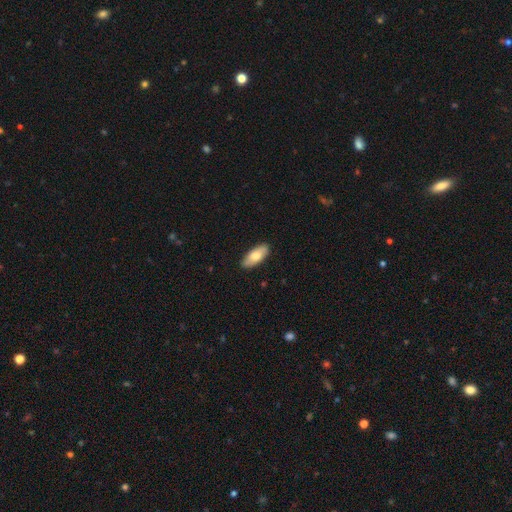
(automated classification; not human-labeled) smooth_or_featured: smooth (p=0.74) [alt: featured or disk p=0.20]
how_rounded: in between (p=0.83) [alt: cigar-shaped p=0.14]
merging: none (p=0.88) [alt: minor disturbance p=0.09]